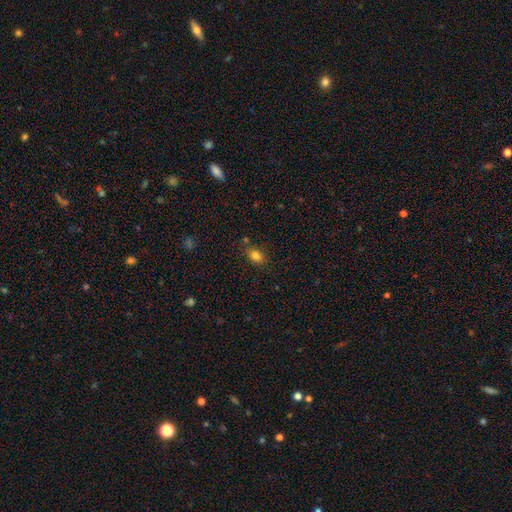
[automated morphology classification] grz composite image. It shows a smooth galaxy with no disk features (81%) that is in between round and cigar-shaped (71%). Merging: none (79%).